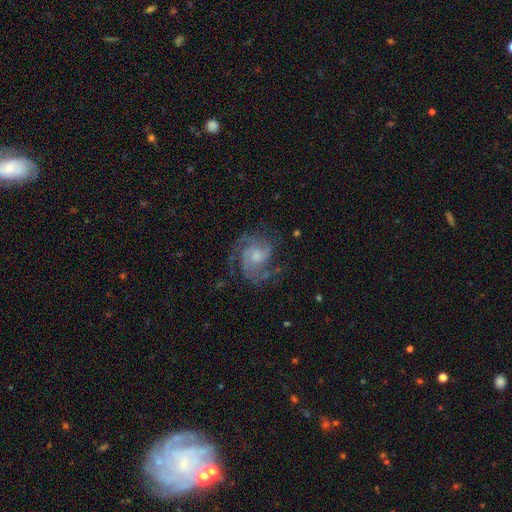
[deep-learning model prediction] Q: Smooth or featured?
A: featured or disk (83%); runner-up: smooth (11%)
Q: Edge-on disk?
A: no (98%); runner-up: yes (2%)
Q: Bar?
A: no (64%); runner-up: weak (31%)
Q: Spiral arms?
A: yes (95%); runner-up: no (5%)
Q: Spiral winding?
A: medium (47%); runner-up: tight (38%)
Q: Spiral arm count?
A: 2 (37%); runner-up: 3 (28%)
Q: Bulge size?
A: moderate (41%); runner-up: small (40%)
Q: Merging?
A: none (65%); runner-up: minor disturbance (19%)